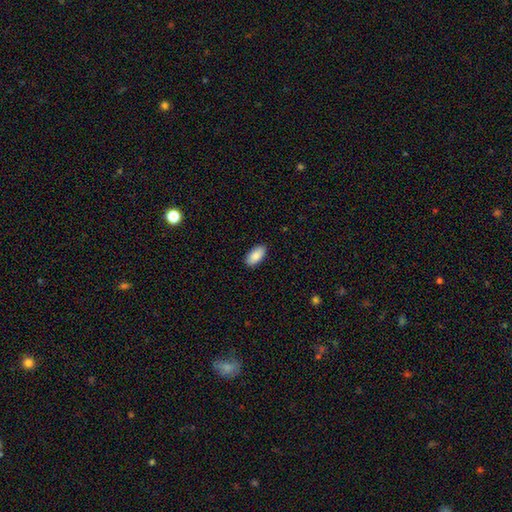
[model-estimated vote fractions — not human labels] Overall: smooth (89%). How rounded: in between (93%). Merging: none (89%).